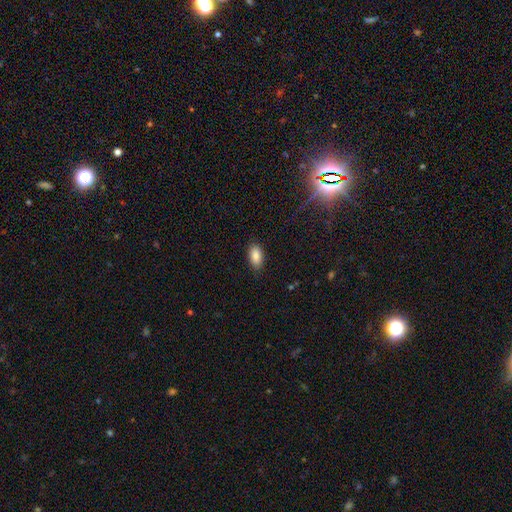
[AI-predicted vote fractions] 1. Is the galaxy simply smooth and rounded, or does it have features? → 87% smooth, 8% star or artifact, 5% featured or disk.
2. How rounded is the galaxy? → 92% in between, 4% round, 4% cigar-shaped.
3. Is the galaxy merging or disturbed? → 86% none, 11% minor disturbance, 2% major disturbance, 1% merger.